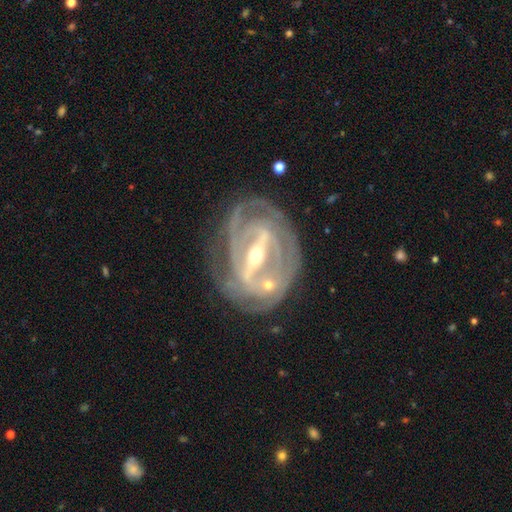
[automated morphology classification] This appears to be a featured or disk galaxy (88%) with a strong bar (73%), tight (70%) spiral arms (88%) and a moderate central bulge (52%). Merging: none (63%).